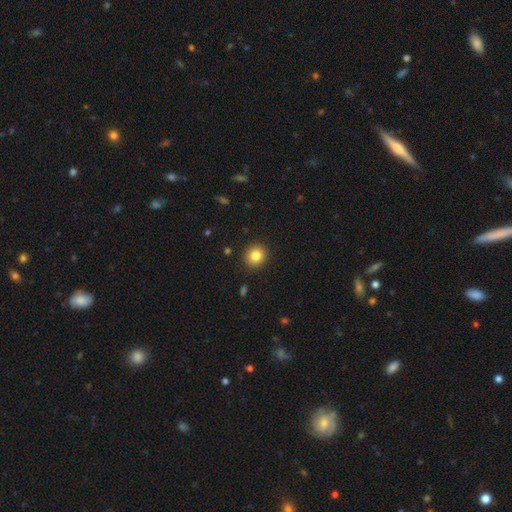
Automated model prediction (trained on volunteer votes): A smooth galaxy with no disk features (84%) that is round (79%).

Vote fractions:
- Smooth or featured? smooth: 84% / star or artifact: 10% / featured or disk: 6%
- How rounded? round: 79% / in between: 21% / cigar-shaped: 1%
- Merging? none: 89% / minor disturbance: 7% / major disturbance: 2% / merger: 1%